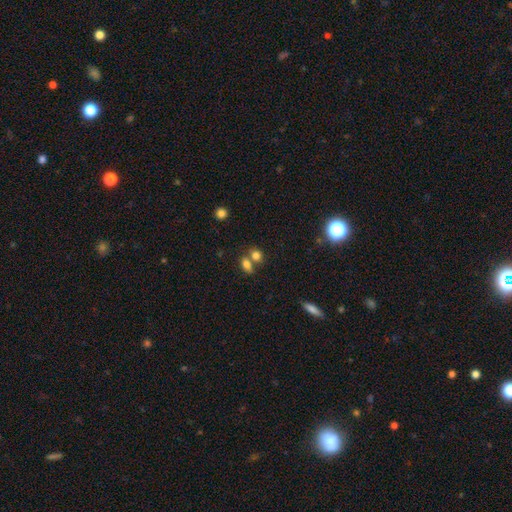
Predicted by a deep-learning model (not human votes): Smooth or featured: smooth — 78% (star or artifact — 12%)
How rounded: in between — 56% (round — 42%)
Merging: merger — 47% (none — 40%)